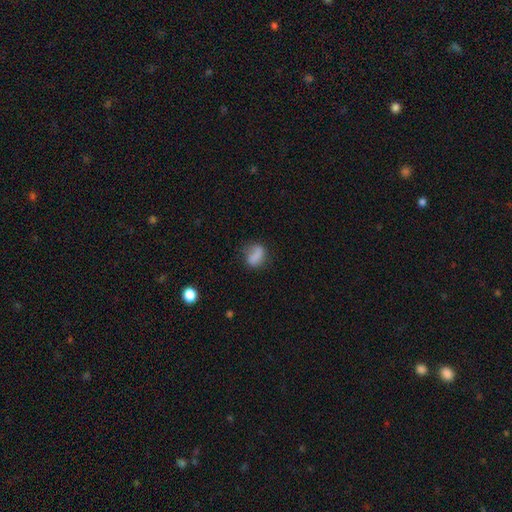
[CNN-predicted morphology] This is likely a smooth galaxy (72%). How rounded: likely in between (65%). Merging: possibly none (51%).